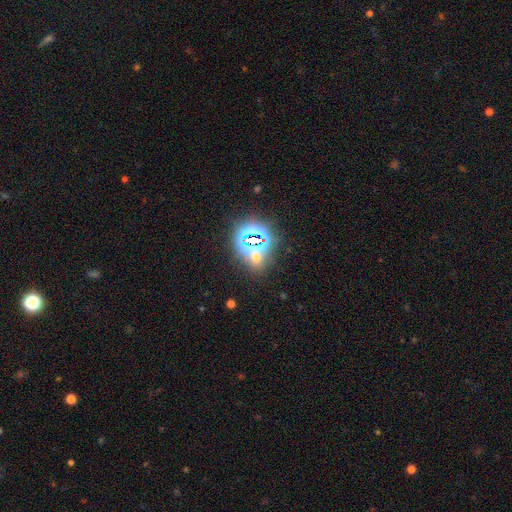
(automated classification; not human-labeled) Smooth or featured?
  - star or artifact: 65% *
  - smooth: 26%
  - featured or disk: 9%